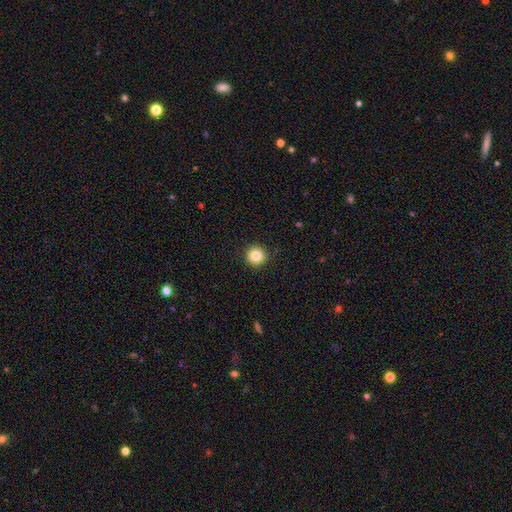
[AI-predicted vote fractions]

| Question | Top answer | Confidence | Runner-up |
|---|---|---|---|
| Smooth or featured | smooth | 84% | star or artifact (10%) |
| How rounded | round | 96% | in between (4%) |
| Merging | none | 93% | minor disturbance (5%) |